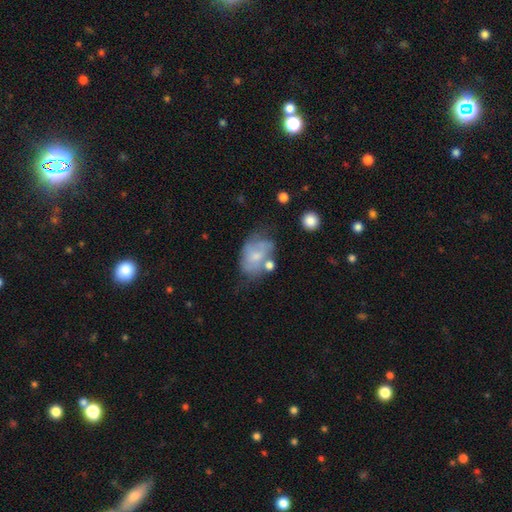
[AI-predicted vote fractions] A featured or disk galaxy (47%). Merging: none (36%).